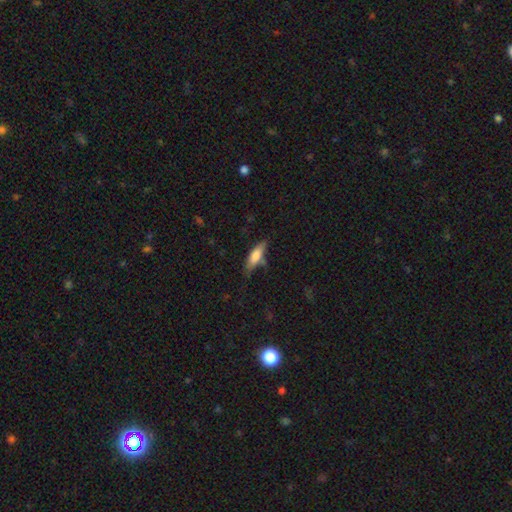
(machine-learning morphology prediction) Smooth or featured: smooth — 71% (featured or disk — 23%)
How rounded: cigar-shaped — 51% (in between — 46%)
Merging: none — 63% (minor disturbance — 24%)